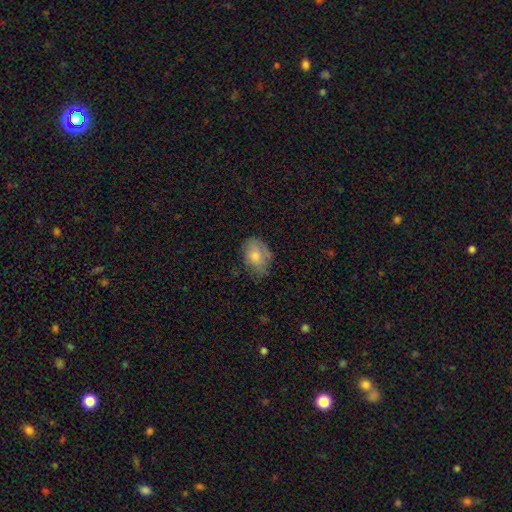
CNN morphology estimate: smooth-or-featured: smooth: 77% | featured or disk: 15% | star or artifact: 7%
  how-rounded: in between: 76% | round: 23% | cigar-shaped: 1%
  merging: none: 59% | minor disturbance: 30% | major disturbance: 9% | merger: 2%